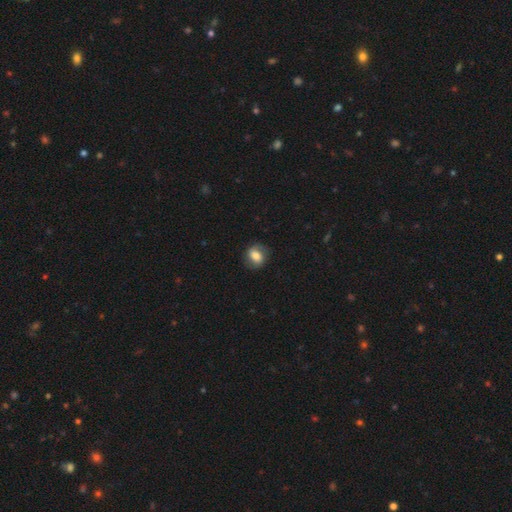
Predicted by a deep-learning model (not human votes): Smooth or featured? Predicted: smooth (p=0.66). How rounded? Predicted: round (p=0.50). Merging? Predicted: none (p=0.78).